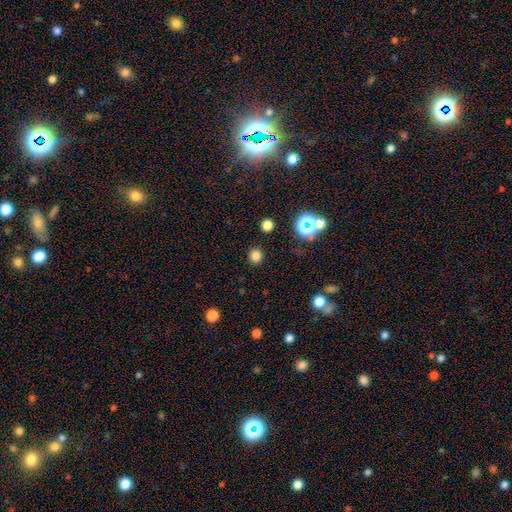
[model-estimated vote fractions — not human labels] This appears to be a smooth galaxy with no disk features (78%) that is round (87%). Merging: none (90%).